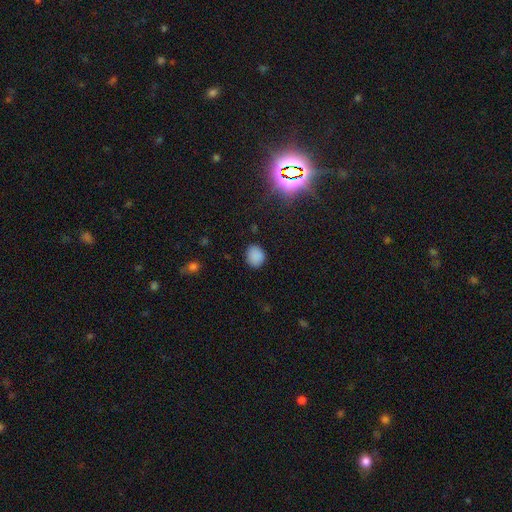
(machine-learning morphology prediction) The model was most divided on "how rounded": round: 65%, in between: 34%, cigar-shaped: 1%. More confident: smooth or featured — smooth (85%); merging — none (84%).